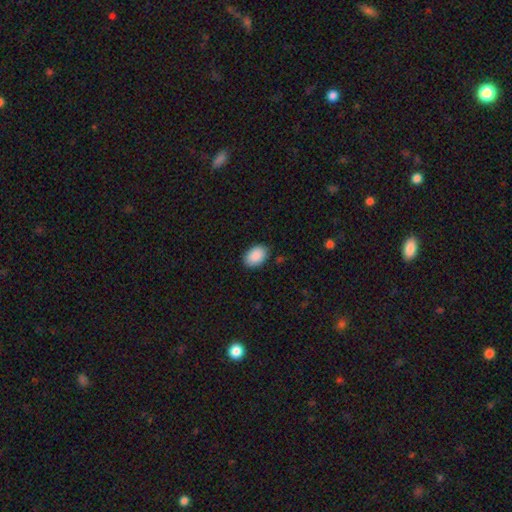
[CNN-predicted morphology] This appears to be a smooth galaxy with no disk features (91%) that is in between round and cigar-shaped (87%). Merging: none (87%).